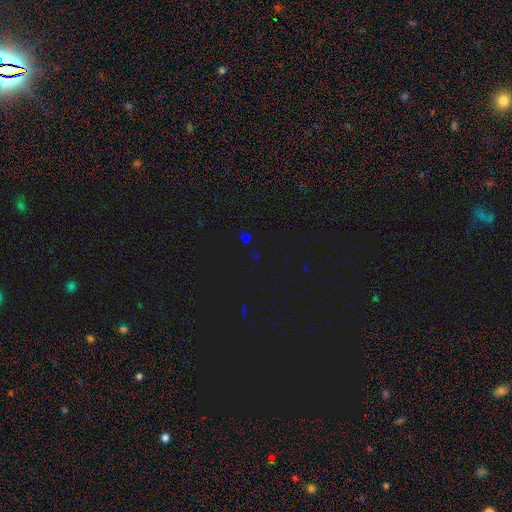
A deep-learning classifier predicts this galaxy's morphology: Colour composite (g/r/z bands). It shows a star or artifact, not a galaxy (61%).